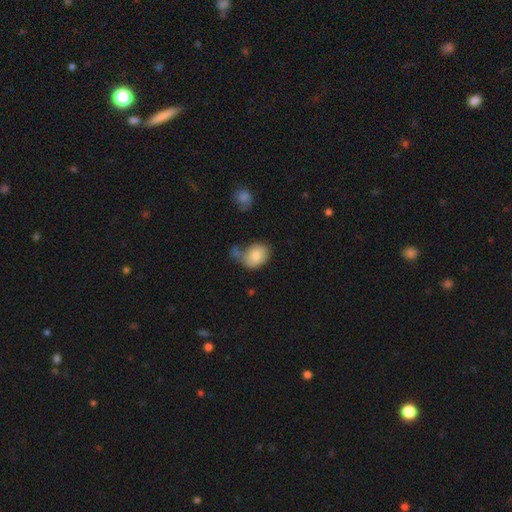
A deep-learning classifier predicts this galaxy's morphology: Smooth or featured? Predicted: smooth (p=0.81). How rounded? Predicted: in between (p=0.65). Merging? Predicted: none (p=0.41).